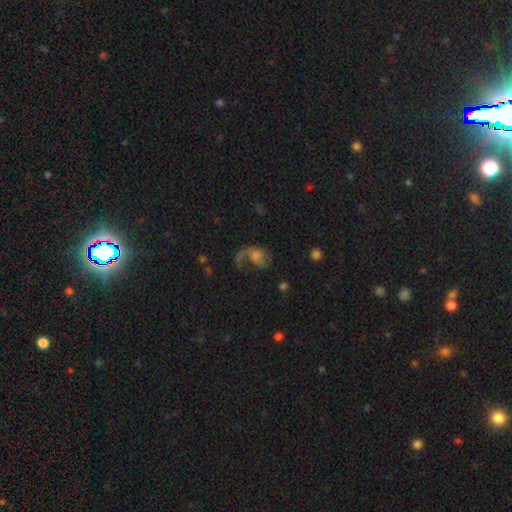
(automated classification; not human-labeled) The model was most divided on "bulge size": small: 35%, moderate: 30%, none: 21%, large: 11%, dominant: 4%. Remaining: edge-on disk — no (97%); spiral arms — yes (84%); spiral arm count — 1 (82%); bar — no (73%); spiral winding — loose (68%); smooth or featured — featured or disk (62%); merging — major disturbance (44%).